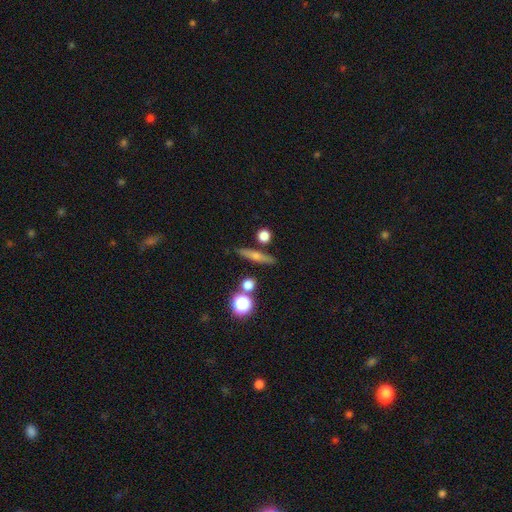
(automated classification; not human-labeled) Q: Smooth or featured?
A: featured or disk (45%); runner-up: smooth (44%)
Q: Merging?
A: none (83%); runner-up: minor disturbance (9%)